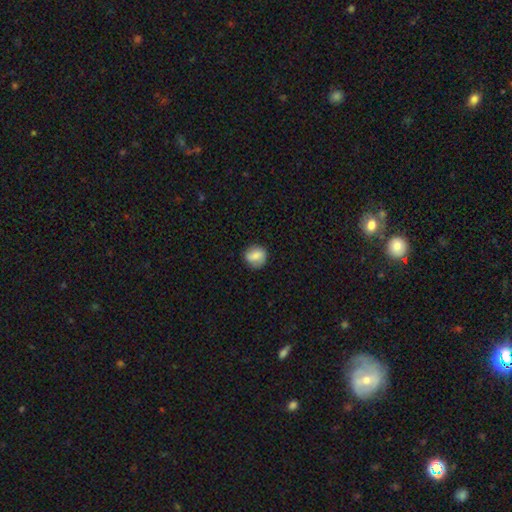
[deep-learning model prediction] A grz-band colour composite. It shows a smooth galaxy with no disk features (71%) that is round (85%). Merging: none (83%).